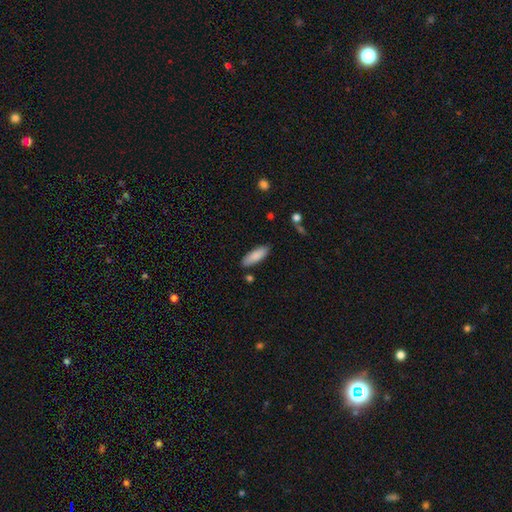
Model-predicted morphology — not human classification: Smooth or featured? Predicted: smooth (p=0.87). How rounded? Predicted: in between (p=0.63). Merging? Predicted: none (p=0.86).